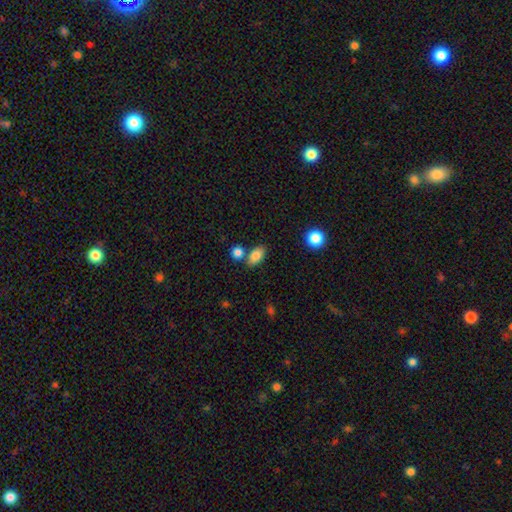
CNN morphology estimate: A smooth galaxy with no disk features (82%) that is in between round and cigar-shaped (86%). Merging: none (70%).